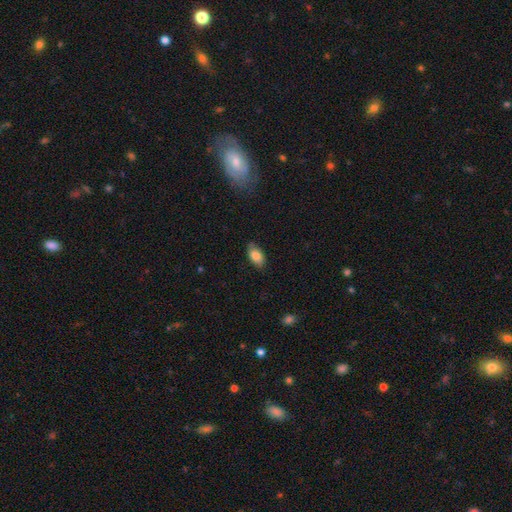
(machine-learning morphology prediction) A smooth galaxy with no disk features (84%) that is in between round and cigar-shaped (93%). Merging: none (82%).